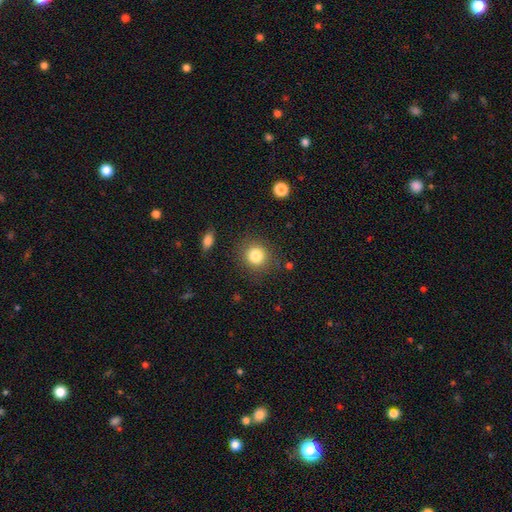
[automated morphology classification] smooth_or_featured: smooth (p=0.83) [alt: star or artifact p=0.11]
how_rounded: round (p=0.89) [alt: in between p=0.10]
merging: none (p=0.85) [alt: minor disturbance p=0.09]